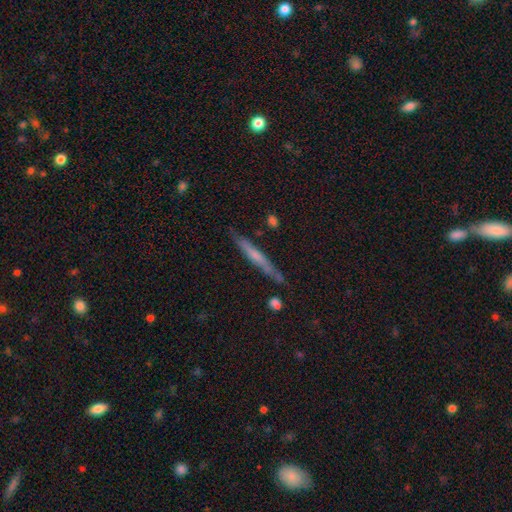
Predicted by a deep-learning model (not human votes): The model was most divided on "smooth or featured": featured or disk: 47%, smooth: 45%, star or artifact: 8%. More confident: merging — none (81%).